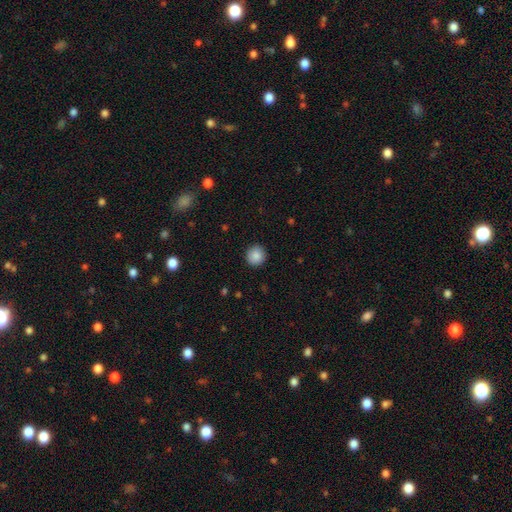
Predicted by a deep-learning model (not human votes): This is clearly a smooth galaxy (87%). How rounded: clearly round (94%). Merging: clearly none (91%).